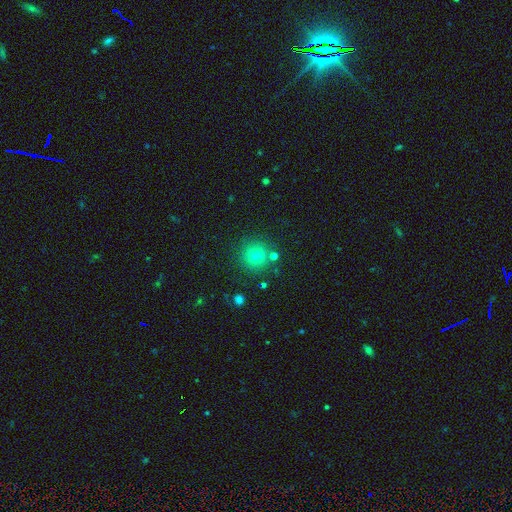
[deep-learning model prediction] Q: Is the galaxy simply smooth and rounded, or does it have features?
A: smooth — 75%.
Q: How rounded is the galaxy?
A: round — 94%.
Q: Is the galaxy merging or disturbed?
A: none — 83%.